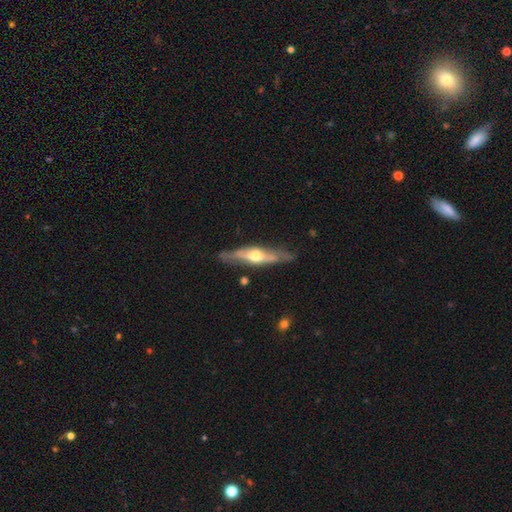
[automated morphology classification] featured or disk 69%, smooth 26%, star or artifact 5%. Down the decision tree: edge-on disk — yes (88%); edge-on bulge — rounded (91%); merging — none (79%).